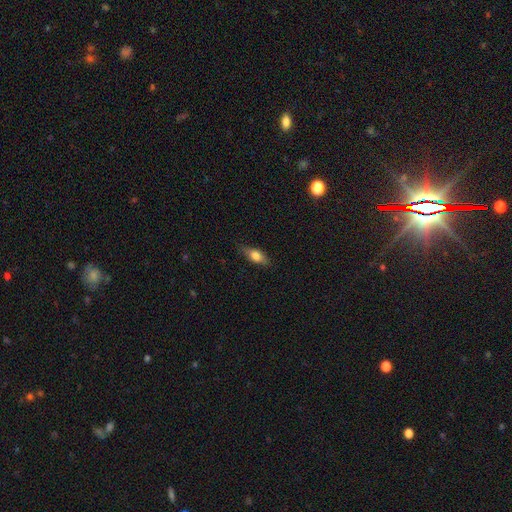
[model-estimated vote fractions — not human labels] Overall: smooth (70%). How rounded: in between (71%). Merging: none (82%).